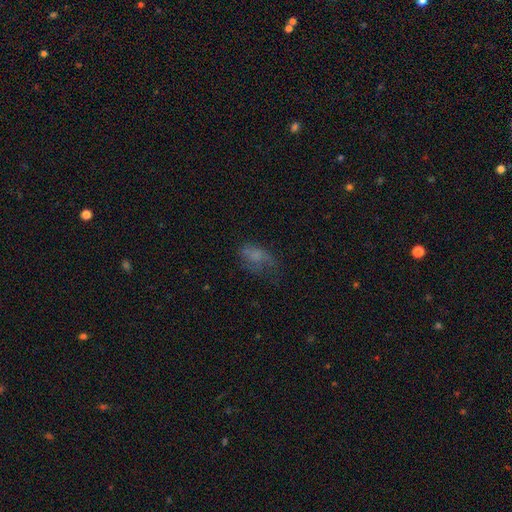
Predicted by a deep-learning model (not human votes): Smooth or featured: smooth — 53% (featured or disk — 31%)
How rounded: in between — 84% (round — 11%)
Merging: none — 36% (major disturbance — 34%)